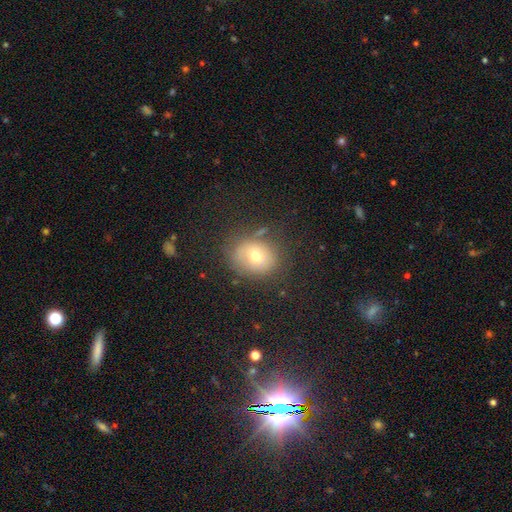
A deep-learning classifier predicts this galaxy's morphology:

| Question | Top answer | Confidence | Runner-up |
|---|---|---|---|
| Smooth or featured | smooth | 67% | featured or disk (18%) |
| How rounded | round | 66% | in between (33%) |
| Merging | none | 73% | minor disturbance (17%) |